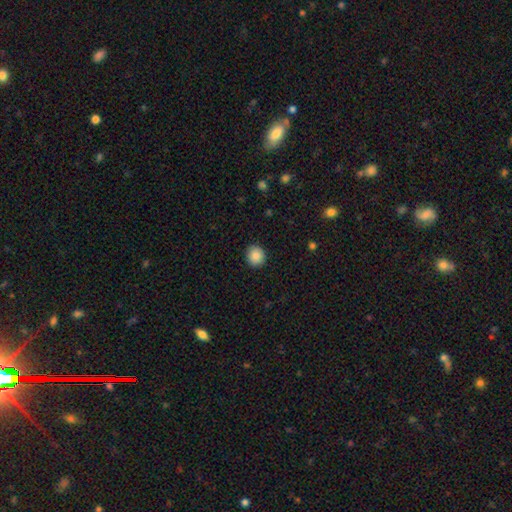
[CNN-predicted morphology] This is clearly a smooth galaxy (87%). How rounded: clearly round (86%). Merging: clearly none (91%).